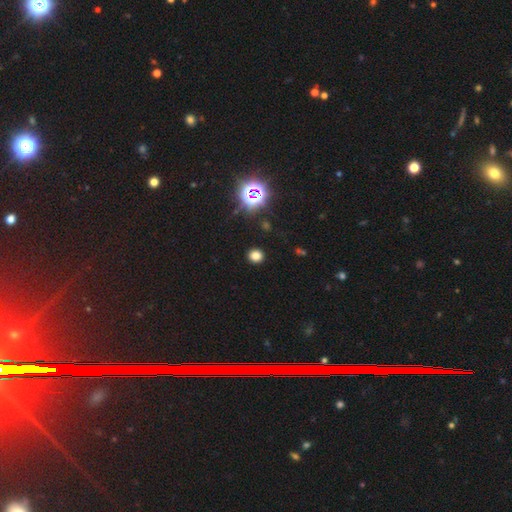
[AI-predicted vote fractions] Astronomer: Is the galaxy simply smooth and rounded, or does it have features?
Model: smooth — 75%.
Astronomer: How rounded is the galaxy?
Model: round — 79%.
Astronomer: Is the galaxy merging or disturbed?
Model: none — 91%.